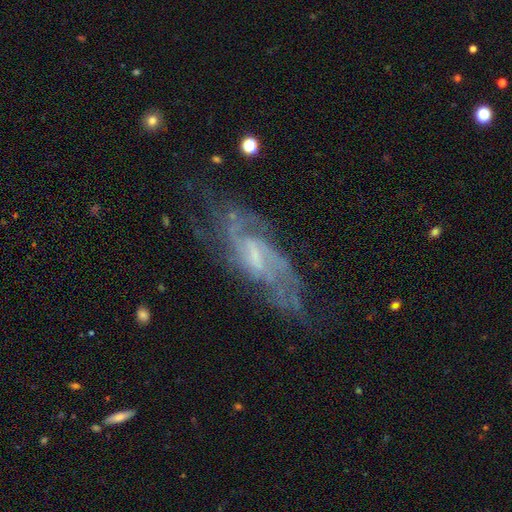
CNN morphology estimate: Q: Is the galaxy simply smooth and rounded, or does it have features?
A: featured or disk — 82%.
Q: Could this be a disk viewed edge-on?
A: no — 86%.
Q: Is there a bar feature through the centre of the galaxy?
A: weak — 51%.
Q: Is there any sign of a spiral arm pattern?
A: yes — 90%.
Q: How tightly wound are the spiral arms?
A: medium — 44%.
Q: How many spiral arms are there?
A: can't tell — 42%.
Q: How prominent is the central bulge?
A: small — 45%.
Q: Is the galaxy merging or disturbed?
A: none — 63%.